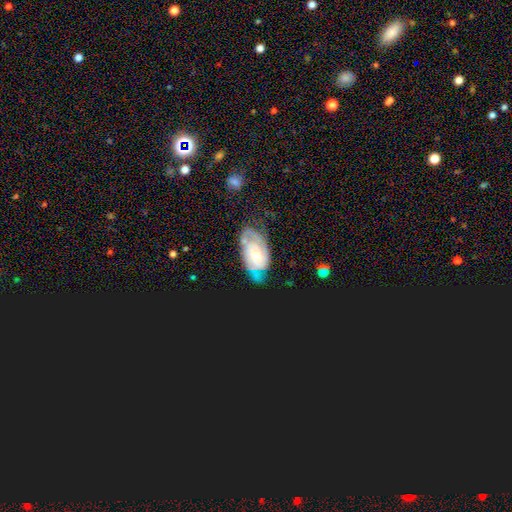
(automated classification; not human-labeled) This is likely a featured or disk galaxy (69%). It is clearly not viewed edge-on (94%). Bar: likely no (76%). Spiral arm pattern: likely yes (77%). Spiral arm count: possibly can't tell (54%). Spiral winding: likely tight (66%). Central bulge: possibly moderate (47%, tied with small). Merging: possibly none (54%).